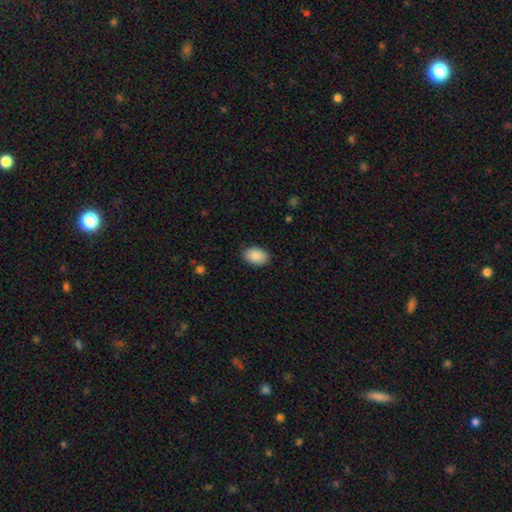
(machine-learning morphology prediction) Overall: smooth (90%). How rounded: in between (87%). Merging: none (88%).